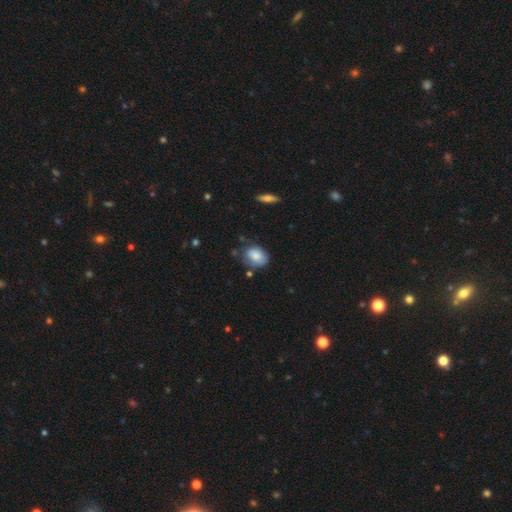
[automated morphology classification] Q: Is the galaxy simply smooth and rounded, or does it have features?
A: smooth — 80%.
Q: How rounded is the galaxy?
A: in between — 69%.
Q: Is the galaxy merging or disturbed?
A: none — 60%.